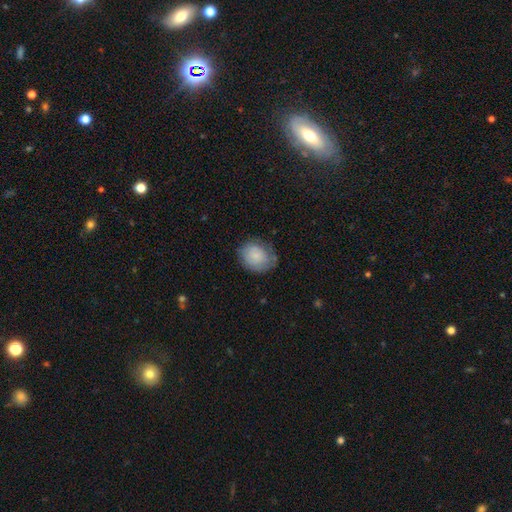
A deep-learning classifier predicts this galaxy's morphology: The model was most divided on "how rounded": round: 59%, in between: 40%, cigar-shaped: 1%. More confident: smooth or featured — smooth (76%); merging — none (64%).